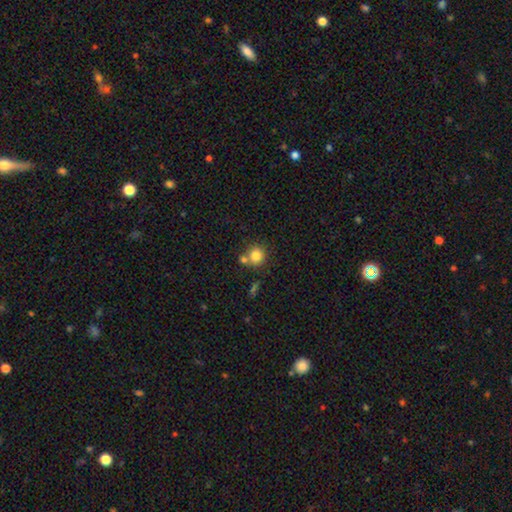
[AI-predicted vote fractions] Smooth or featured?
  - smooth: 82% *
  - star or artifact: 11%
  - featured or disk: 8%
How rounded?
  - round: 87% *
  - in between: 12%
  - cigar-shaped: 1%
Merging?
  - none: 61% *
  - merger: 26%
  - minor disturbance: 10%
  - major disturbance: 3%